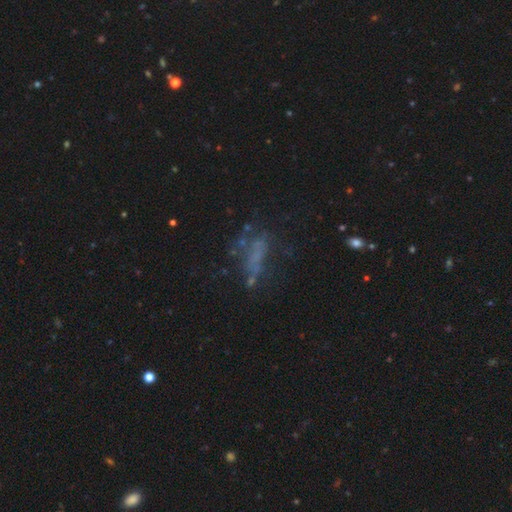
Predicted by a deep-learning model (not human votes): smooth-or-featured: featured or disk: 44% | smooth: 28% | star or artifact: 27%
  merging: none: 44% | major disturbance: 30% | minor disturbance: 18% | merger: 8%